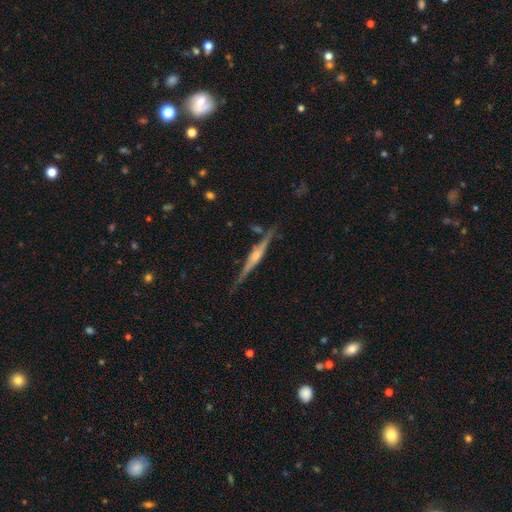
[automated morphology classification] type=featured or disk (83%); edge-on=yes (98%); edge-on bulge=rounded (83%); merging=none (82%).